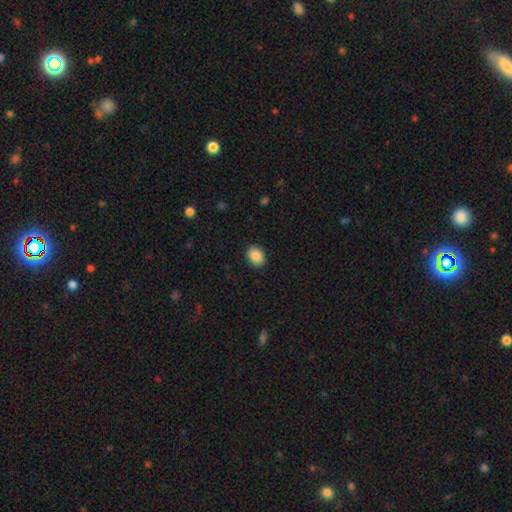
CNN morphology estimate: Smooth or featured? smooth (88%)
How rounded? in between (67%)
Merging? none (90%)